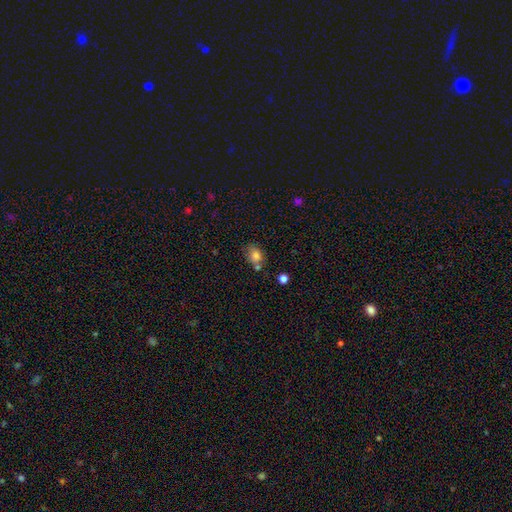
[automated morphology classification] smooth-or-featured: smooth: 80% | star or artifact: 11% | featured or disk: 9%
  how-rounded: in between: 63% | round: 35% | cigar-shaped: 1%
  merging: none: 55% | minor disturbance: 21% | merger: 18% | major disturbance: 6%